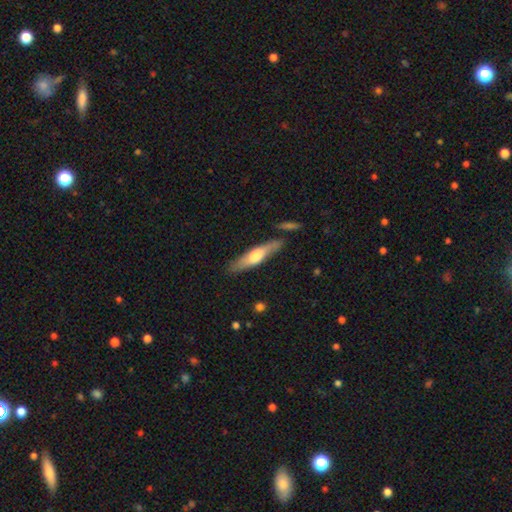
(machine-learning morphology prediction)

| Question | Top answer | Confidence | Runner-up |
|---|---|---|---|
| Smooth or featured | featured or disk | 47% | tied: smooth (47%) |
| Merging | none | 79% | minor disturbance (14%) |